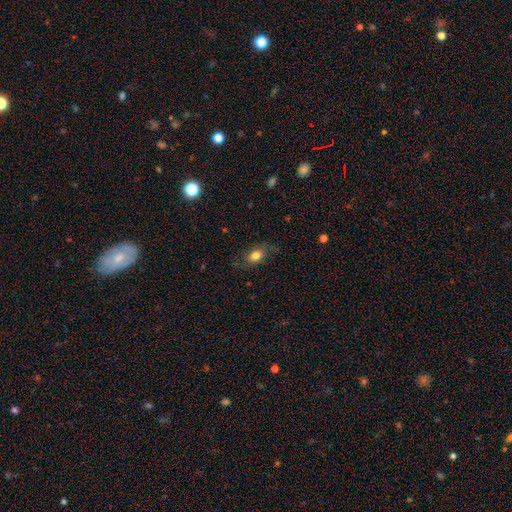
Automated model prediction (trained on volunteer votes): Overall: smooth (75%). How rounded: in between (78%). Merging: none (73%).